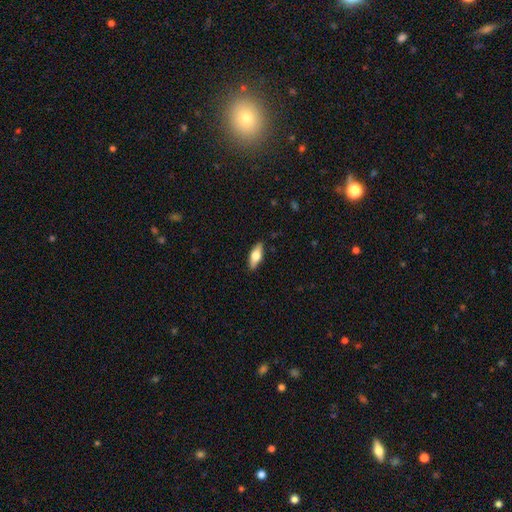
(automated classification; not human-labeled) Morphology: type=smooth (55%); roundness=in between (65%); merging=none (87%).